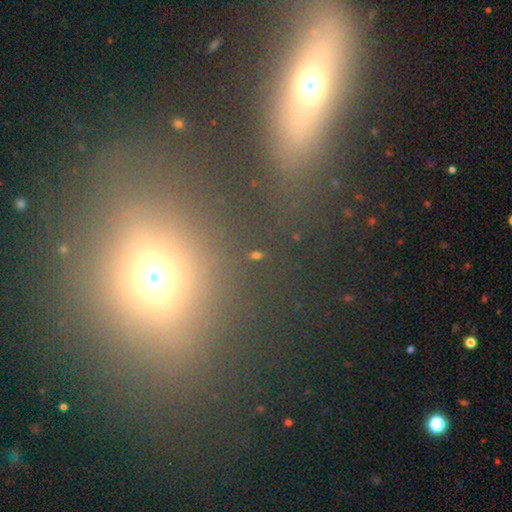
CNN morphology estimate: Q: Smooth or featured?
A: star or artifact (48%); runner-up: smooth (41%)